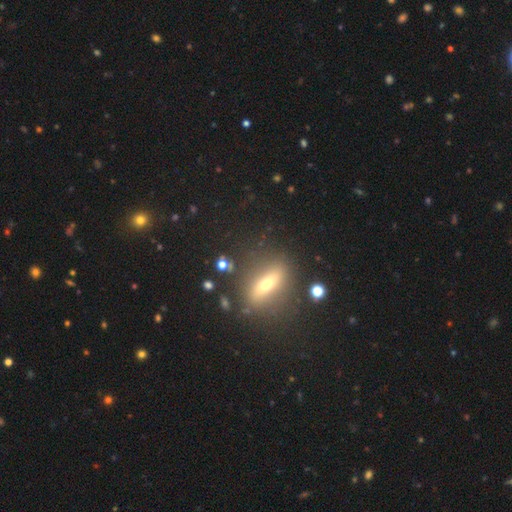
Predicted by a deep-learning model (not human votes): featured or disk 54%, smooth 28%, star or artifact 19%. Down the decision tree: edge-on disk — yes (70%); merging — none (76%).